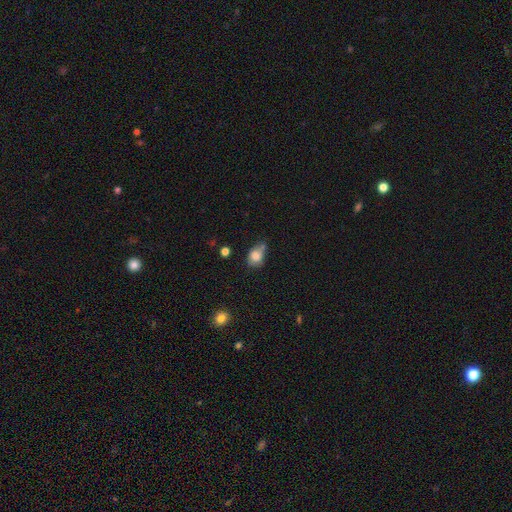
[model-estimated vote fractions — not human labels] This is likely a smooth galaxy (78%). How rounded: likely in between (62%). Merging: marginally none (42%).